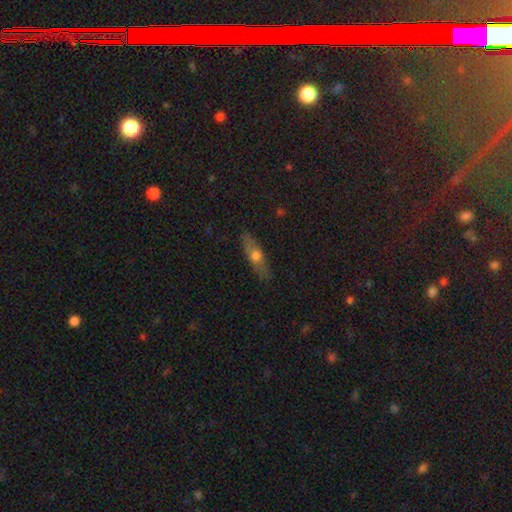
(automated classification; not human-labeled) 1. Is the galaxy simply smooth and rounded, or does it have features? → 53% smooth, 40% featured or disk, 7% star or artifact.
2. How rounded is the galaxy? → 55% cigar-shaped, 41% in between, 4% round.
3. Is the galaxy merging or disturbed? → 82% none, 14% minor disturbance, 3% major disturbance, 1% merger.